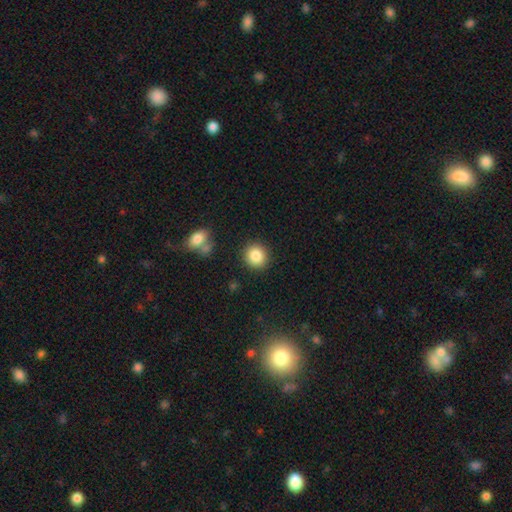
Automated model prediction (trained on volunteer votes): Overall: smooth (86%). How rounded: round (87%). Merging: none (88%).